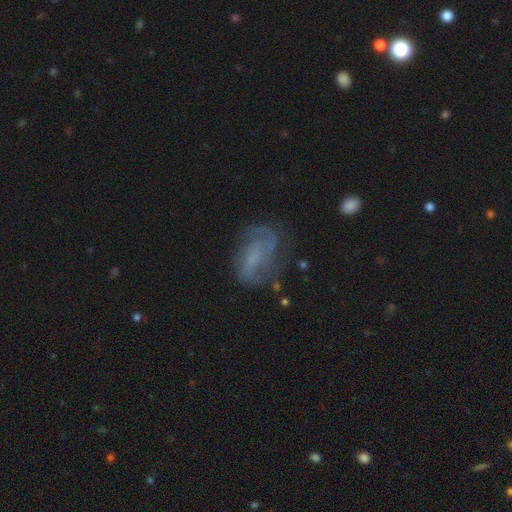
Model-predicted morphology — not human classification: A featured or disk galaxy (67%) with no bar (49%), 2 (53%) medium (42%) spiral arms (83%) and no central bulge (48%). Merging: none (59%).